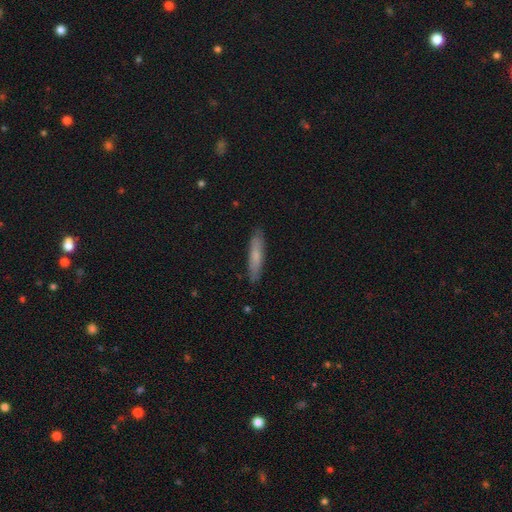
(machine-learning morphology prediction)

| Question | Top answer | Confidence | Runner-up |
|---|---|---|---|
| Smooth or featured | smooth | 71% | featured or disk (24%) |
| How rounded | cigar-shaped | 85% | in between (13%) |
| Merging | none | 88% | minor disturbance (9%) |